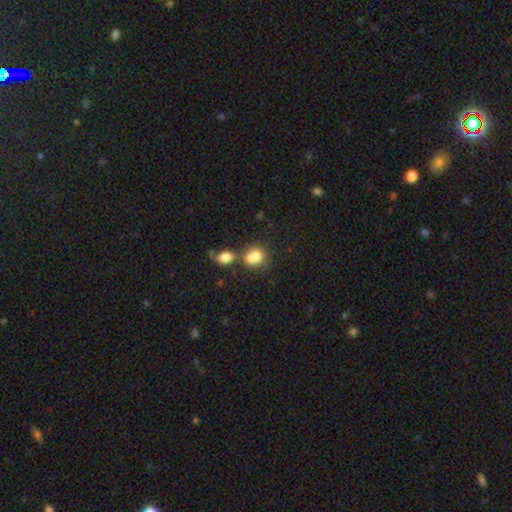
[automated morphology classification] A smooth galaxy with no disk features (79%) that is in between round and cigar-shaped (56%). Merging: merger (56%).